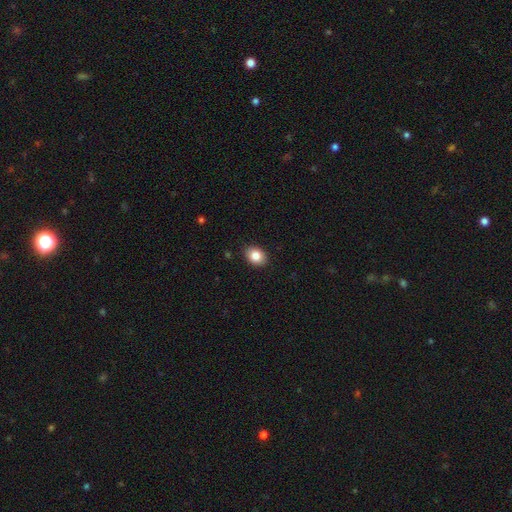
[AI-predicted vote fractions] Smooth or featured? Predicted: smooth (p=0.85). How rounded? Predicted: in between (p=0.63). Merging? Predicted: none (p=0.88).